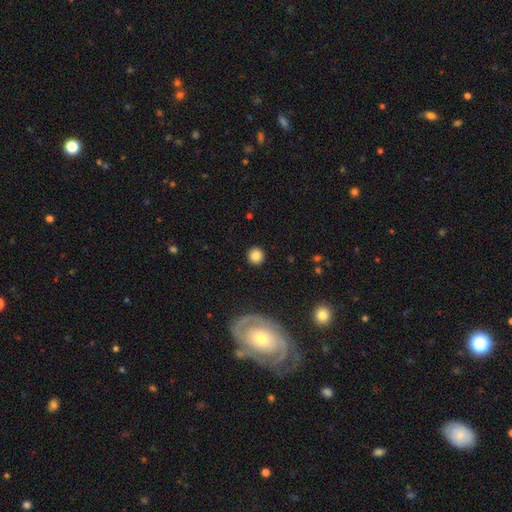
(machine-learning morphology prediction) Q: Smooth or featured?
A: smooth (84%); runner-up: star or artifact (10%)
Q: How rounded?
A: round (94%); runner-up: in between (5%)
Q: Merging?
A: none (92%); runner-up: minor disturbance (5%)